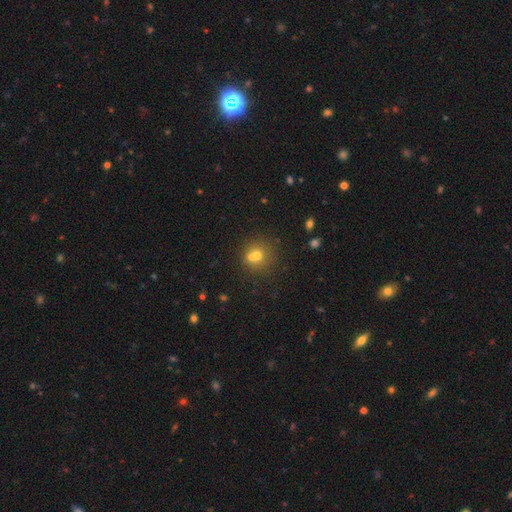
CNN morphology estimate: Smooth or featured? smooth (66%)
How rounded? round (85%)
Merging? none (46%)